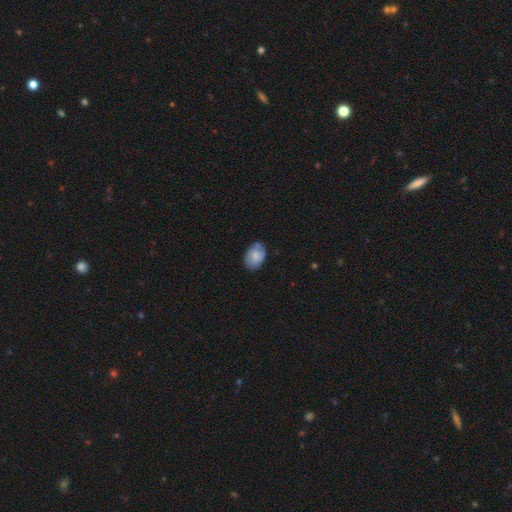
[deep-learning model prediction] A smooth galaxy with no disk features (77%) that is in between round and cigar-shaped (80%).

Vote fractions:
- Smooth or featured? smooth: 77% / featured or disk: 16% / star or artifact: 7%
- How rounded? in between: 80% / round: 18% / cigar-shaped: 1%
- Merging? none: 71% / minor disturbance: 23% / major disturbance: 4% / merger: 3%